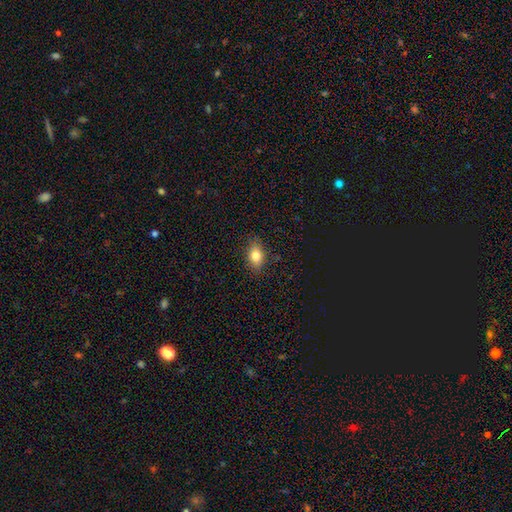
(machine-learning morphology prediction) Smooth or featured? Predicted: smooth (p=0.81). How rounded? Predicted: in between (p=0.80). Merging? Predicted: none (p=0.84).